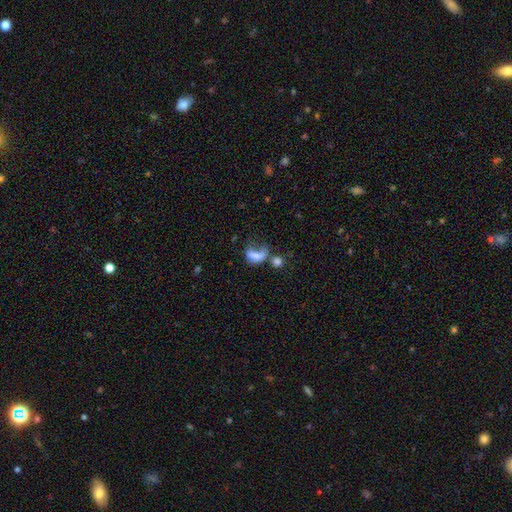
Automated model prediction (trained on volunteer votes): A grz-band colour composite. It shows a smooth galaxy with no disk features (60%) that is in between round and cigar-shaped (74%). Merging: merger (37%).